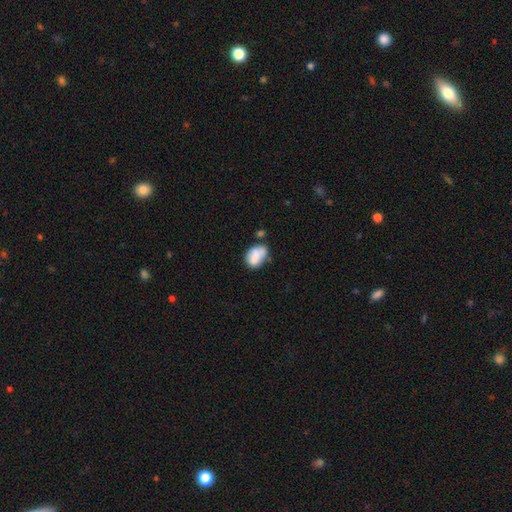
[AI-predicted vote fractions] Q: Smooth or featured?
A: smooth (73%); runner-up: featured or disk (18%)
Q: How rounded?
A: in between (83%); runner-up: round (16%)
Q: Merging?
A: none (43%); runner-up: minor disturbance (27%)